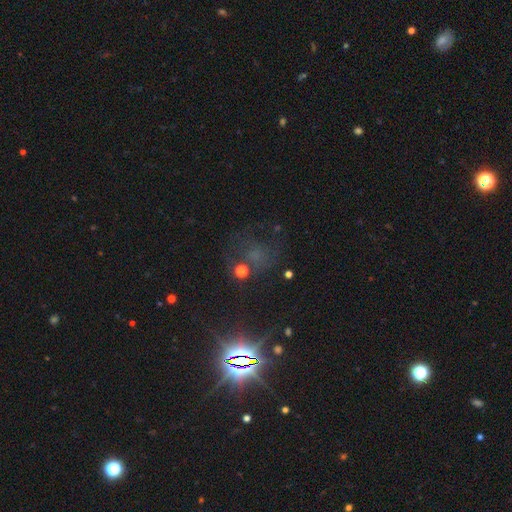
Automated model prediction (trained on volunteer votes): Morphology: type=star or artifact (60%).